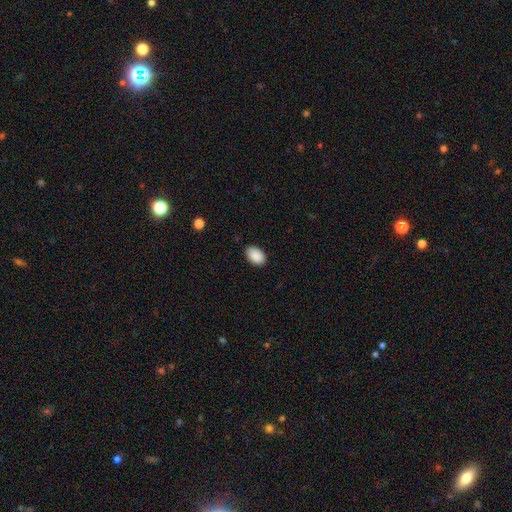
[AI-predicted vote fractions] This appears to be a smooth galaxy with no disk features (90%) that is in between round and cigar-shaped (90%). Merging: none (87%).